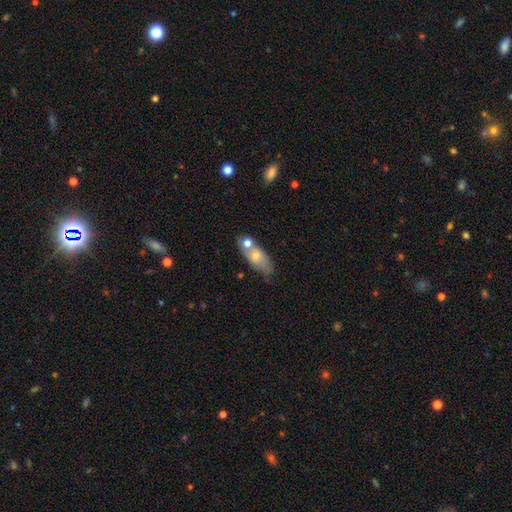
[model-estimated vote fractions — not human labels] This is possibly a smooth galaxy (59%). How rounded: likely in between (73%). Merging: marginally merger (39%).